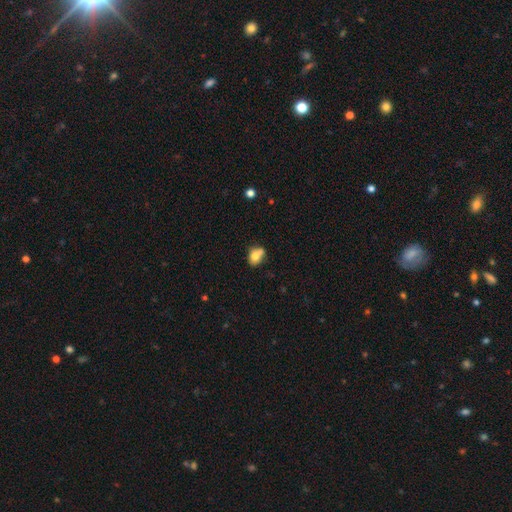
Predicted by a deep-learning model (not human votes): A smooth galaxy with no disk features (73%) that is in between round and cigar-shaped (61%).

Vote fractions:
- Smooth or featured? smooth: 73% / featured or disk: 17% / star or artifact: 10%
- How rounded? in between: 61% / round: 38% / cigar-shaped: 2%
- Merging? none: 41% / merger: 29% / minor disturbance: 22% / major disturbance: 8%